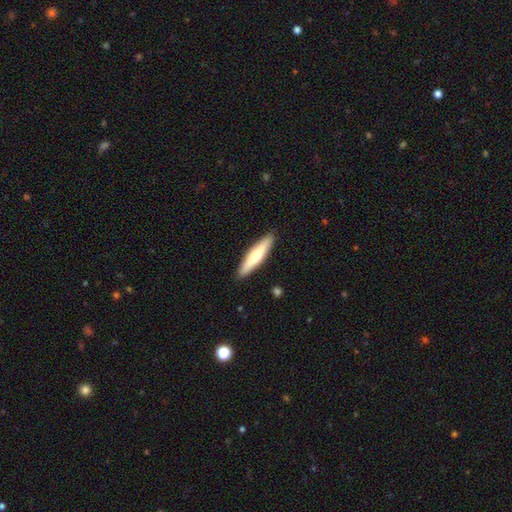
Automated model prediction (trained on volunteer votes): The model was most divided on "smooth or featured": smooth: 60%, featured or disk: 35%, star or artifact: 5%. More confident: merging — none (90%); how rounded — cigar-shaped (83%).